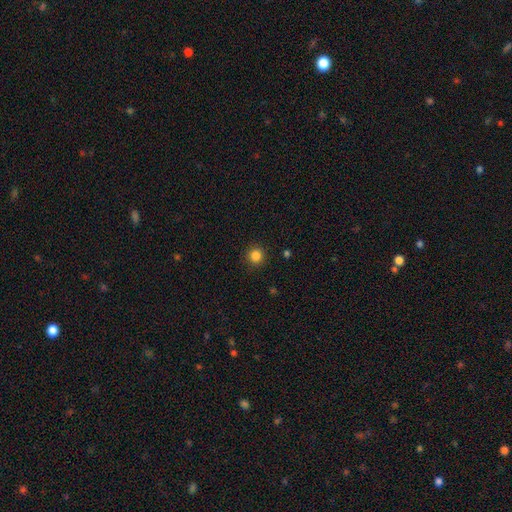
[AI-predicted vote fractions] Smooth or featured? smooth (84%)
How rounded? round (93%)
Merging? none (90%)